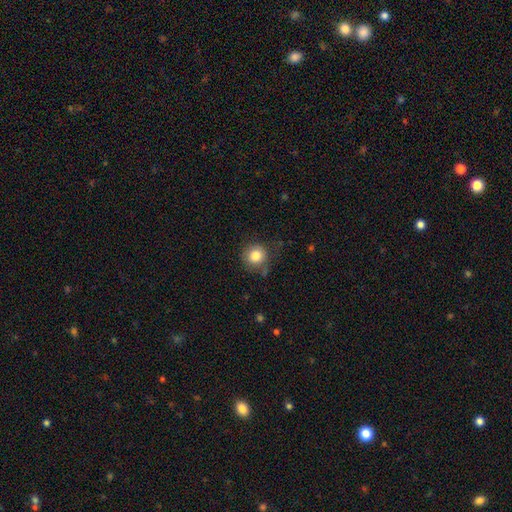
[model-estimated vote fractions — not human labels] Morphology: type=smooth (82%); roundness=round (91%); merging=none (76%).